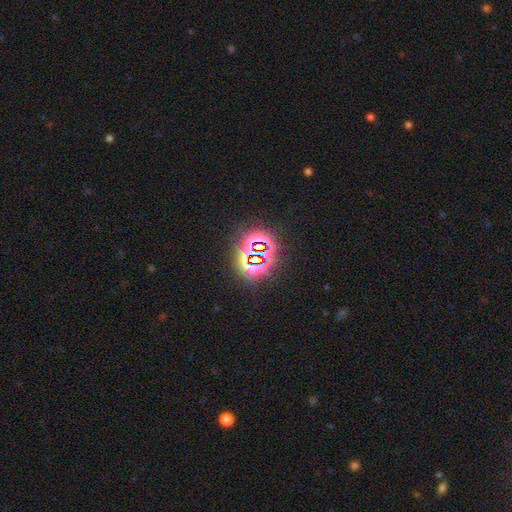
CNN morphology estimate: A star or artifact, not a galaxy (79%).